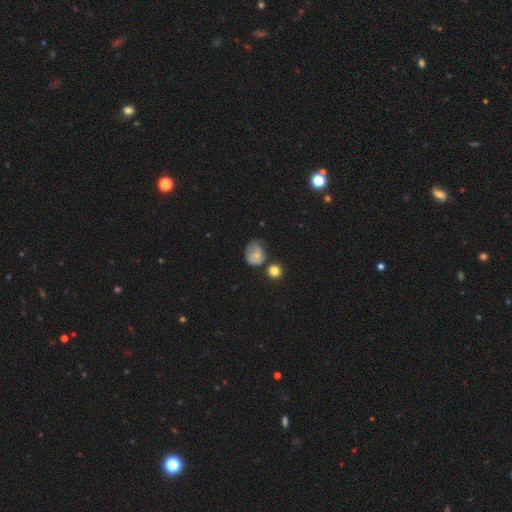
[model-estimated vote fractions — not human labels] Smooth or featured? smooth (70%)
How rounded? round (50%)
Merging? minor disturbance (37%)